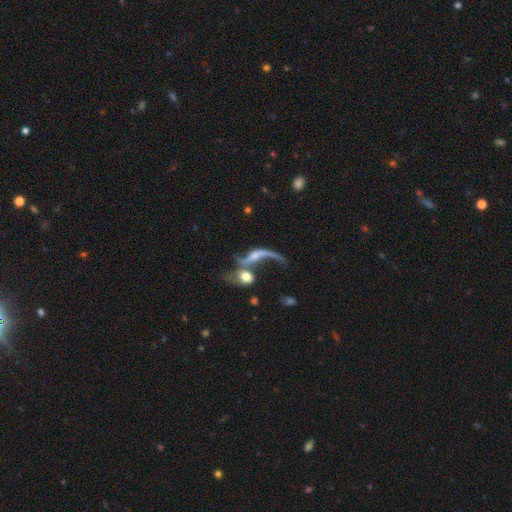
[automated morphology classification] A featured or disk galaxy (71%) with no bar (49%), spiral arms (78%) and a small central bulge (32%).

Vote fractions:
- Smooth or featured? featured or disk: 71% / smooth: 19% / star or artifact: 10%
- Edge-on disk? no: 87% / yes: 13%
- Bar? no: 49% / weak: 33% / strong: 19%
- Spiral arms? yes: 78% / no: 22%
- Bulge size? small: 32% / moderate: 29% / none: 27% / large: 8% / dominant: 3%
- Merging? merger: 52% / none: 20% / major disturbance: 19% / minor disturbance: 9%